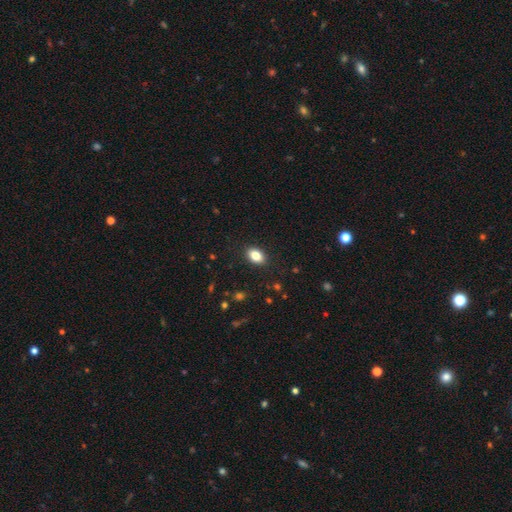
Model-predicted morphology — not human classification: The model was most divided on "how rounded": in between: 83%, round: 15%, cigar-shaped: 2%. More confident: merging — none (88%); smooth or featured — smooth (84%).